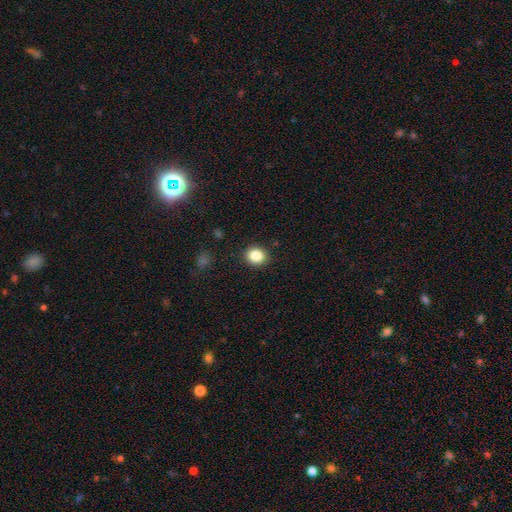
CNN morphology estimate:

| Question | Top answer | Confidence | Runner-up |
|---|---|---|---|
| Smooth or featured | smooth | 86% | star or artifact (10%) |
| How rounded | round | 80% | in between (19%) |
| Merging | none | 91% | minor disturbance (6%) |